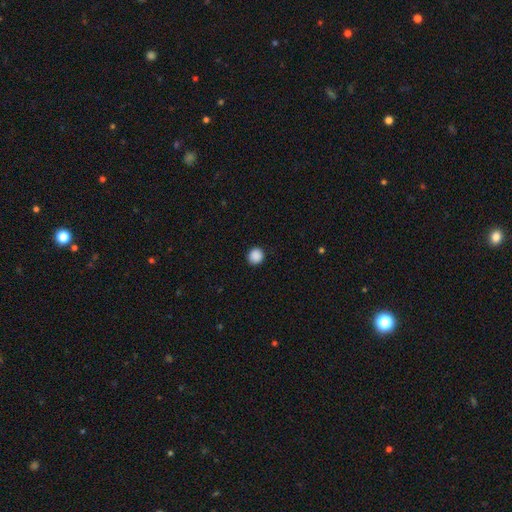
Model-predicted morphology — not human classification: Smooth or featured? Predicted: smooth (p=0.89). How rounded? Predicted: round (p=0.90). Merging? Predicted: none (p=0.91).